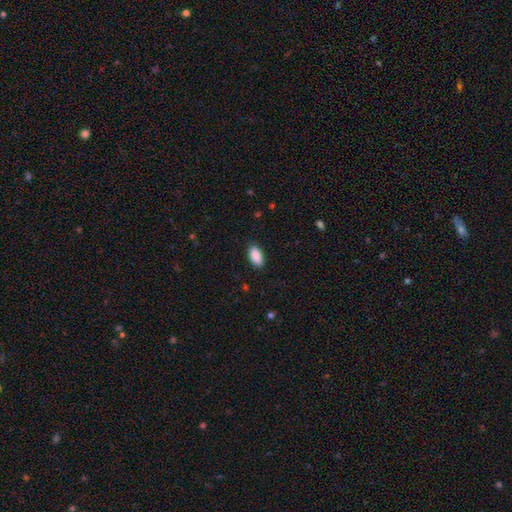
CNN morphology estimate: The model was most divided on "merging": none: 87%, minor disturbance: 10%, major disturbance: 2%, merger: 1%. More confident: how rounded — in between (93%); smooth or featured — smooth (90%).